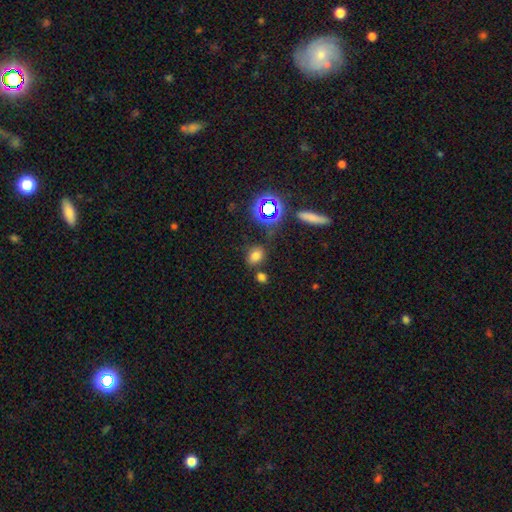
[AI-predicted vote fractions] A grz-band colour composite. It shows a smooth galaxy with no disk features (71%) that is in between round and cigar-shaped (66%). Merging: none (73%).